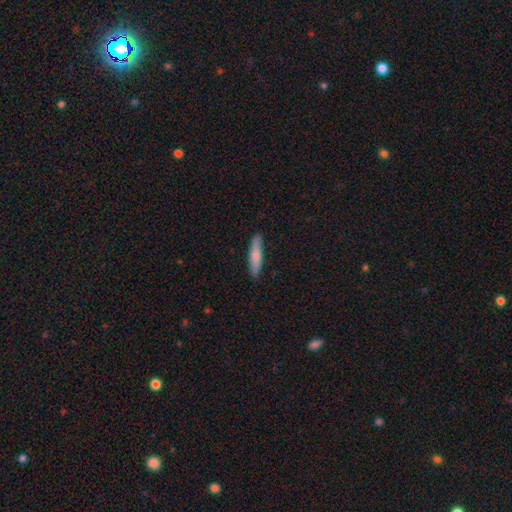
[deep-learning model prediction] Q: Smooth or featured?
A: smooth (74%); runner-up: featured or disk (21%)
Q: How rounded?
A: cigar-shaped (80%); runner-up: in between (18%)
Q: Merging?
A: none (88%); runner-up: minor disturbance (9%)